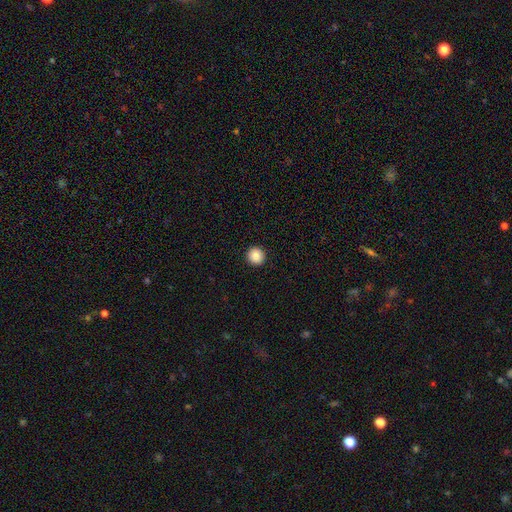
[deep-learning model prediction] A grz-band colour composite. It shows a smooth galaxy with no disk features (85%) that is round (95%). Merging: none (94%).